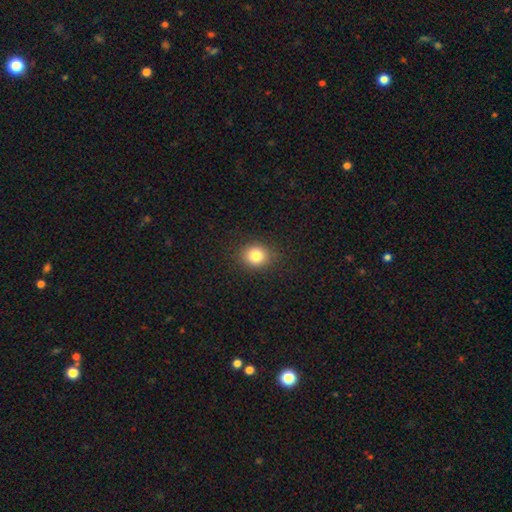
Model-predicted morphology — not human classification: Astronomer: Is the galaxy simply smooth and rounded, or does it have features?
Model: smooth — 82%.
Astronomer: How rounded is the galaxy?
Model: round — 71%.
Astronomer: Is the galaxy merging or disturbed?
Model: none — 89%.